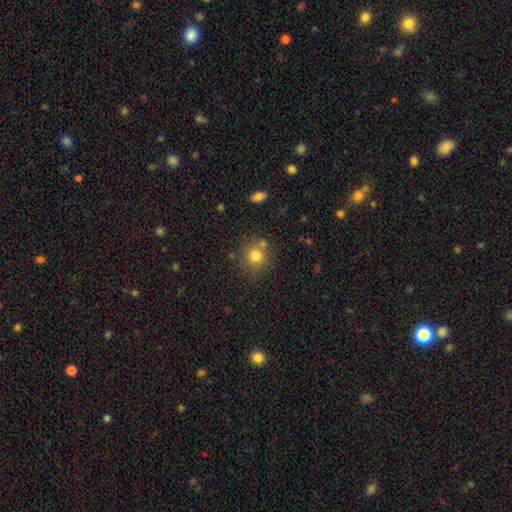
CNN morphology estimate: The model was most divided on "merging": none: 74%, merger: 12%, minor disturbance: 11%, major disturbance: 4%. More confident: how rounded — round (90%); smooth or featured — smooth (79%).